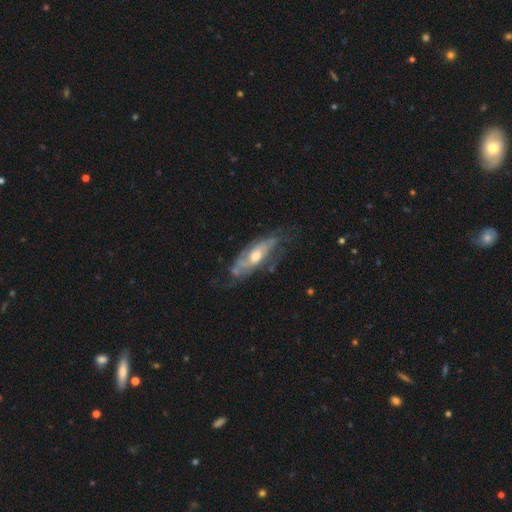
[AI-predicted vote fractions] This appears to be a featured or disk galaxy (78%) with no bar (65%), tight (43%) spiral arms (82%) and a moderate central bulge (68%). Merging: none (56%).